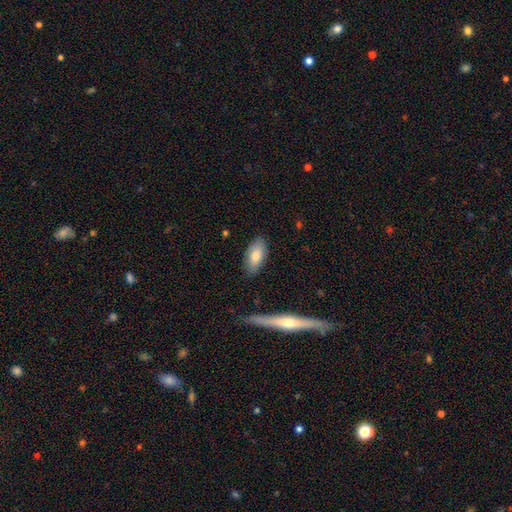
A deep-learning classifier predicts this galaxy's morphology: smooth-or-featured: smooth: 80% | featured or disk: 13% | star or artifact: 6%
  how-rounded: in between: 88% | cigar-shaped: 10% | round: 3%
  merging: none: 83% | minor disturbance: 13% | major disturbance: 3% | merger: 2%